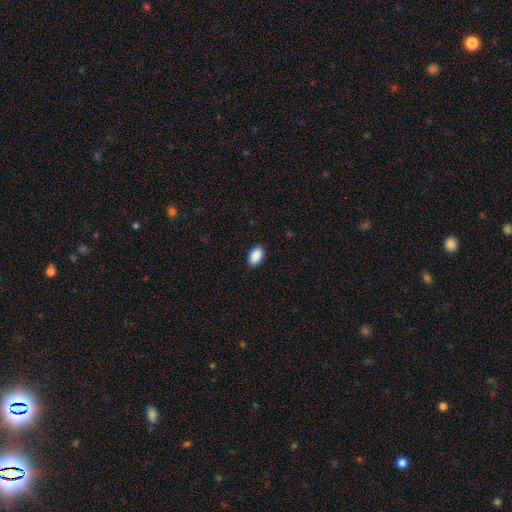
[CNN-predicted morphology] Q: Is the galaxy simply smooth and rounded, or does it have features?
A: smooth — 90%.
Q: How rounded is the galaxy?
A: in between — 92%.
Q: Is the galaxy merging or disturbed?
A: none — 88%.